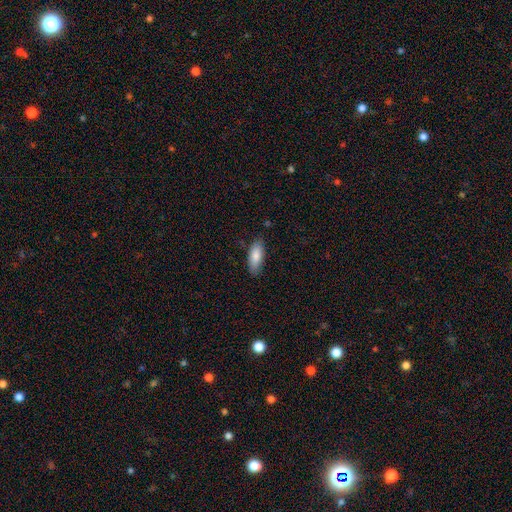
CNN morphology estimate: This is clearly a smooth galaxy (84%). How rounded: likely in between (76%). Merging: clearly none (83%).